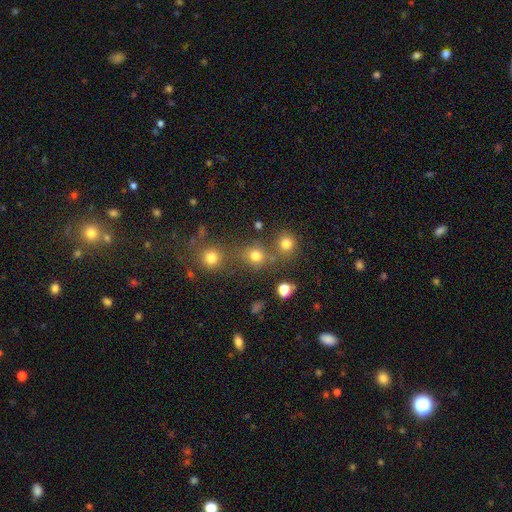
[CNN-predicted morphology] The model was most divided on "merging": none: 62%, merger: 22%, minor disturbance: 10%, major disturbance: 5%. More confident: how rounded — round (82%); smooth or featured — smooth (76%).